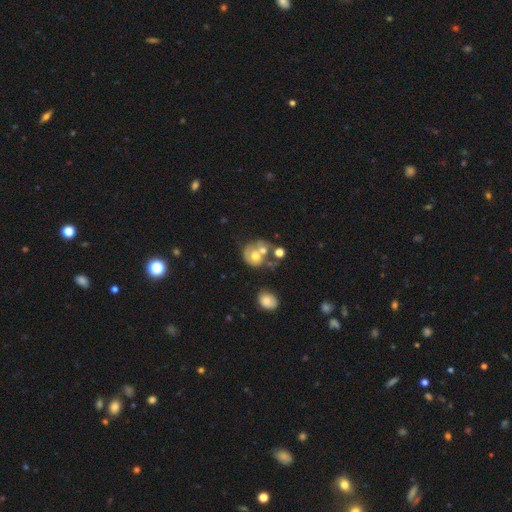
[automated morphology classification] Q: Smooth or featured?
A: smooth (50%); runner-up: featured or disk (41%)
Q: Merging?
A: merger (50%); runner-up: none (23%)